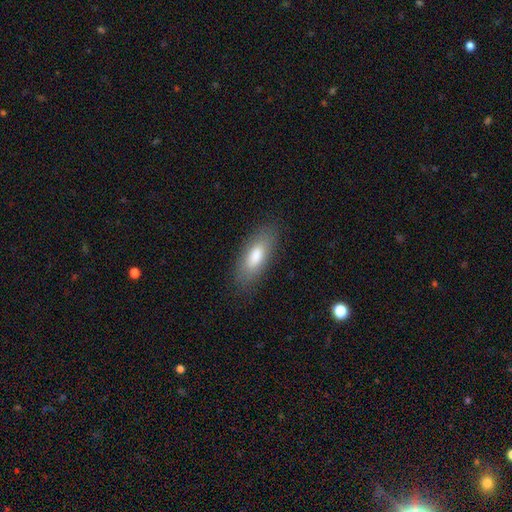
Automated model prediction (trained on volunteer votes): smooth 79%, featured or disk 15%, star or artifact 7%. Down the decision tree: how rounded — in between (72%); merging — none (84%).